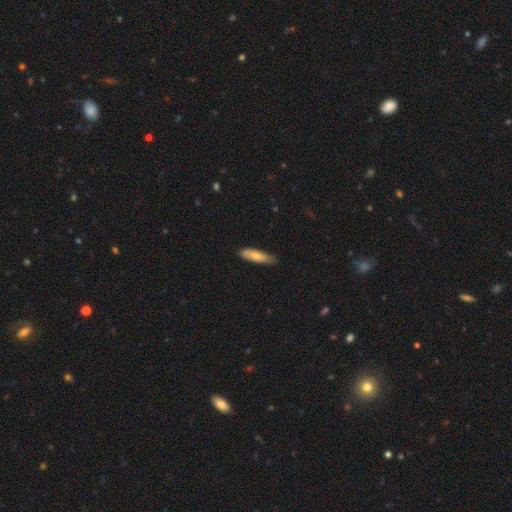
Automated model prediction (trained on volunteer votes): Smooth or featured: smooth — 78% (featured or disk — 16%)
How rounded: cigar-shaped — 72% (in between — 27%)
Merging: none — 76% (minor disturbance — 20%)